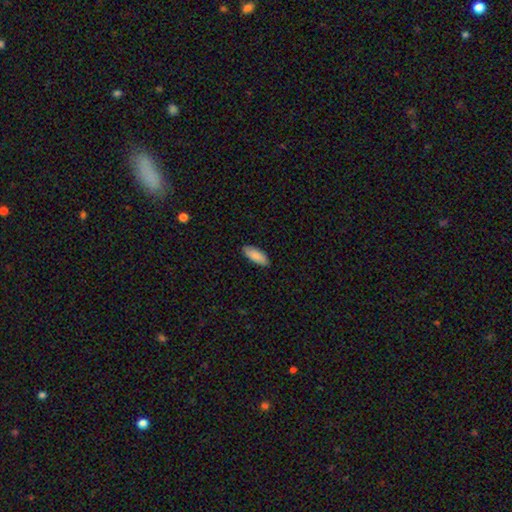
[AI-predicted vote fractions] This appears to be a smooth galaxy with no disk features (89%) that is in between round and cigar-shaped (73%). Merging: none (89%).